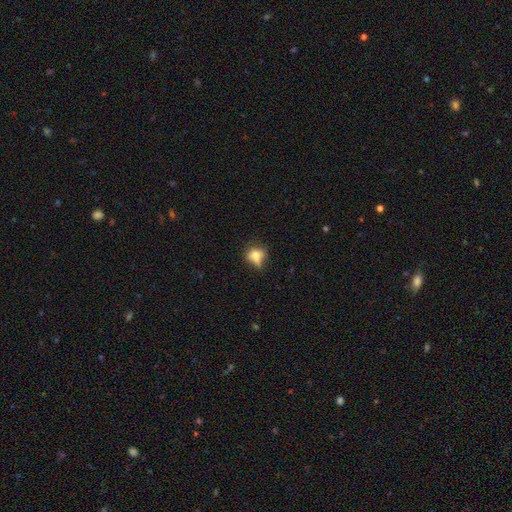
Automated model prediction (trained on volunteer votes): A smooth galaxy with no disk features (72%) that is round (54%).

Vote fractions:
- Smooth or featured? smooth: 72% / featured or disk: 16% / star or artifact: 12%
- How rounded? round: 54% / in between: 43% / cigar-shaped: 3%
- Merging? none: 42% / minor disturbance: 30% / major disturbance: 16% / merger: 11%